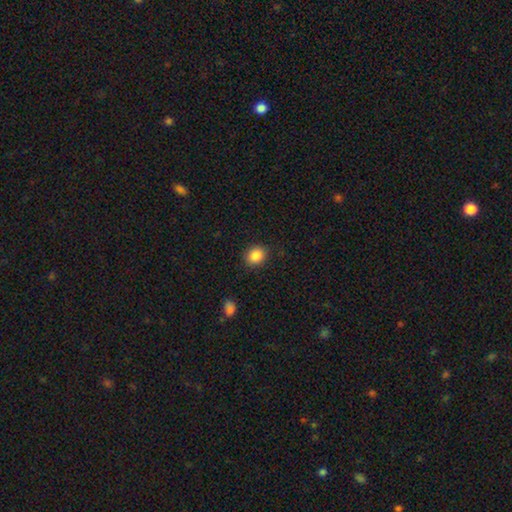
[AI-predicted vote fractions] The model was most divided on "how rounded": round: 71%, in between: 28%, cigar-shaped: 1%. More confident: merging — none (88%); smooth or featured — smooth (87%).